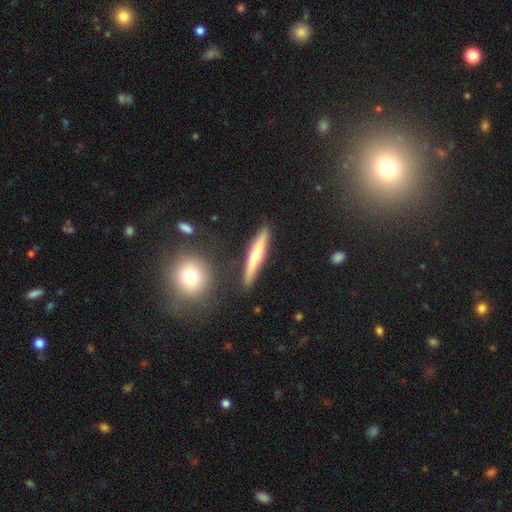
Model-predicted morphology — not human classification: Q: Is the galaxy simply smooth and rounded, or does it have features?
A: featured or disk — 50%.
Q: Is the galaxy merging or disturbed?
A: none — 86%.